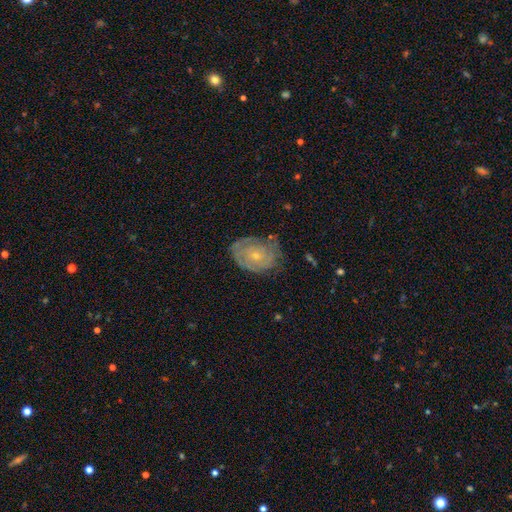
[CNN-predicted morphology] Smooth or featured? Predicted: featured or disk (p=0.65). Edge-on disk? Predicted: no (p=0.96). Bar? Predicted: no (p=0.84). Spiral arms? Predicted: yes (p=0.74). Bulge size? Predicted: small (p=0.68). Merging? Predicted: none (p=0.63).